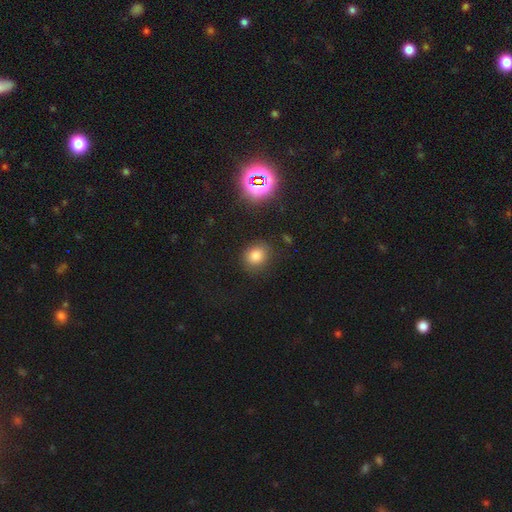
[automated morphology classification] A smooth galaxy with no disk features (78%) that is round (71%).

Vote fractions:
- Smooth or featured? smooth: 78% / star or artifact: 16% / featured or disk: 6%
- How rounded? round: 71% / in between: 28% / cigar-shaped: 1%
- Merging? none: 82% / minor disturbance: 12% / major disturbance: 4% / merger: 2%